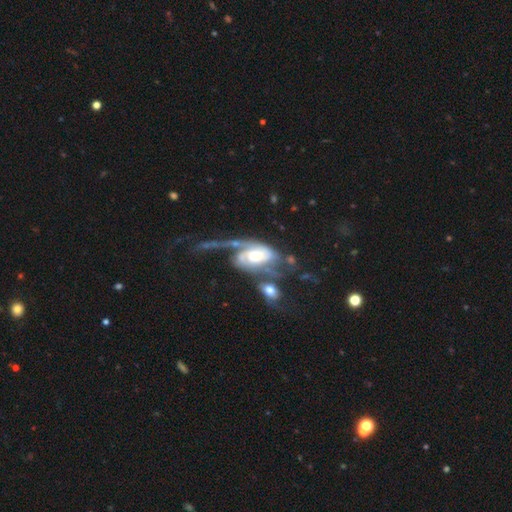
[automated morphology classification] Overall: featured or disk (83%). Edge-on disk: no (96%). Bar: no (52%; weak 34%). Spiral arms: yes (93%). Spiral arm count: 2 (63%). Spiral winding: medium (39%; loose 32%). Bulge size: moderate (53%; large 26%). Merging: major disturbance (35%; merger 28%).